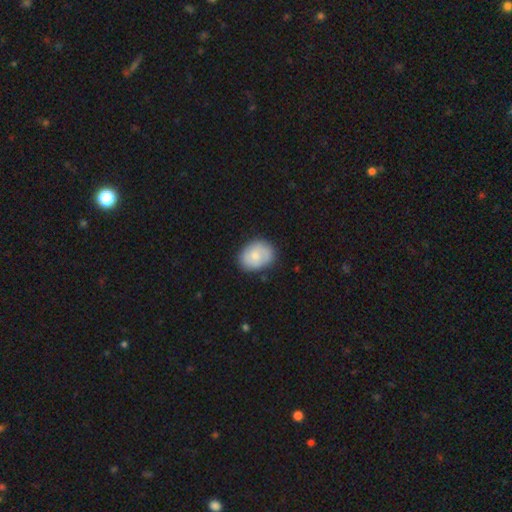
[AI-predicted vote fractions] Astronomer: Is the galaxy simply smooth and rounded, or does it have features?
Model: smooth — 62%.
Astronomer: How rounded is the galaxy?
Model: in between — 54% (runner-up: round, 45%).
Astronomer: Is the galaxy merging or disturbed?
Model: none — 76%.